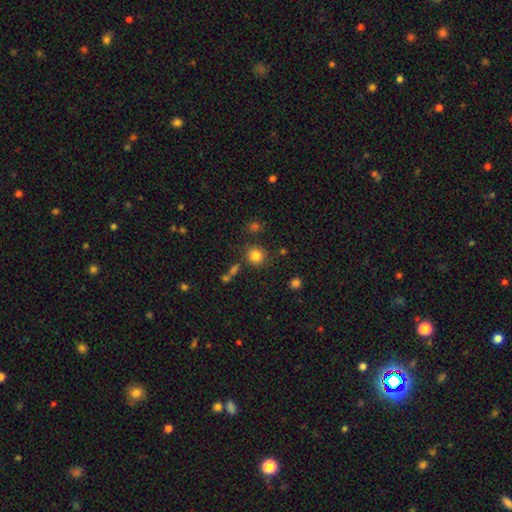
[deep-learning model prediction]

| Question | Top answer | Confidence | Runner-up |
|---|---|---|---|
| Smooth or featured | smooth | 82% | star or artifact (13%) |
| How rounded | round | 90% | in between (10%) |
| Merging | none | 80% | minor disturbance (9%) |